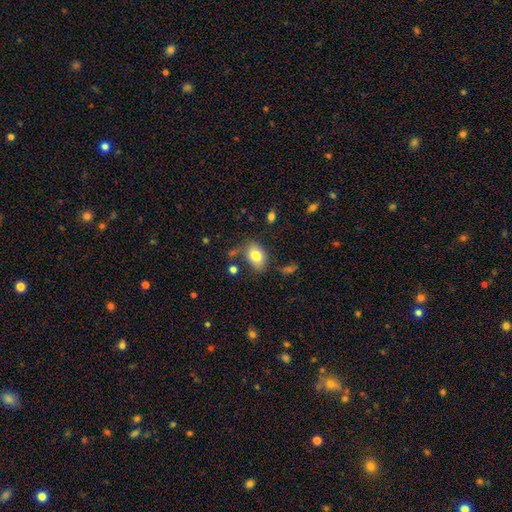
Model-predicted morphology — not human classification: type=smooth (79%); roundness=in between (79%); merging=none (69%).